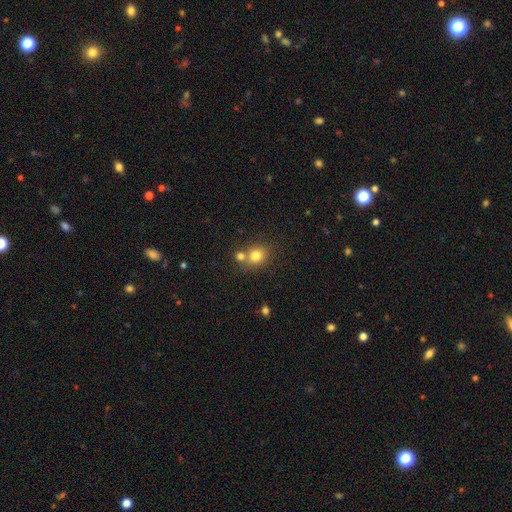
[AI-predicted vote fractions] This appears to be a smooth galaxy with no disk features (79%) that is round (76%). Merging: none (55%).